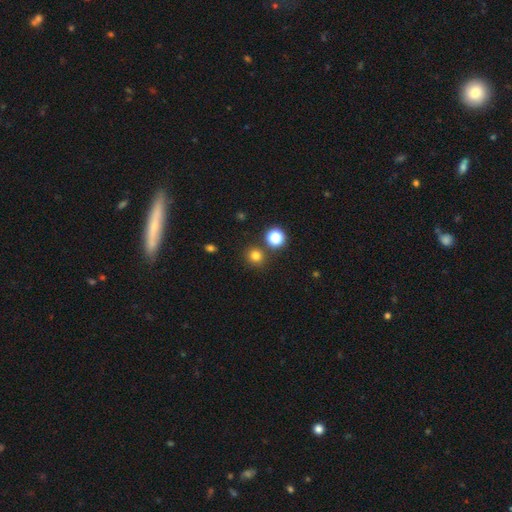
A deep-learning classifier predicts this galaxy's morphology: Overall: smooth (76%). How rounded: round (90%). Merging: none (83%).